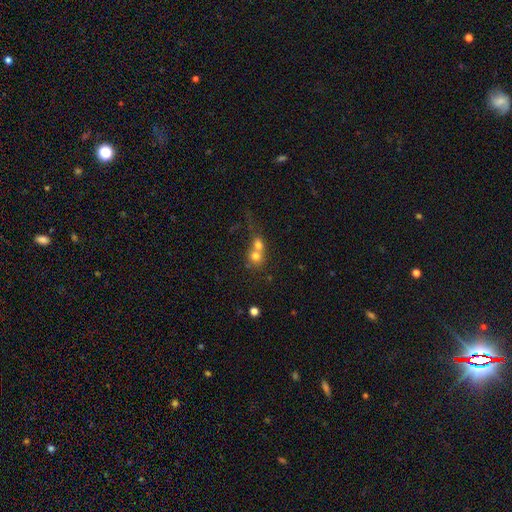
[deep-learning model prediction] This is likely a smooth galaxy (69%). How rounded: likely round (76%). Merging: likely merger (67%).